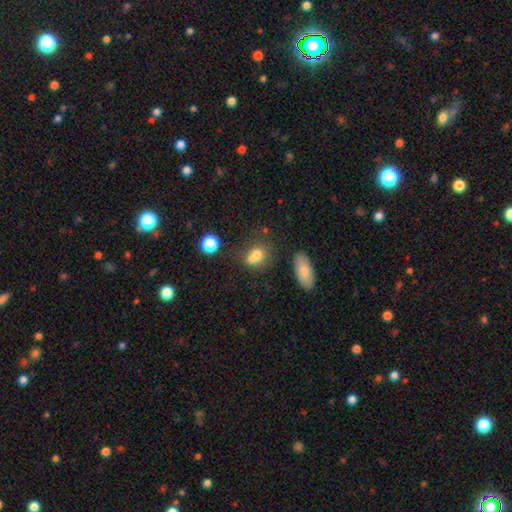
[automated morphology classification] Smooth or featured: smooth — 70% (featured or disk — 18%)
How rounded: round — 58% (in between — 40%)
Merging: merger — 54% (none — 31%)